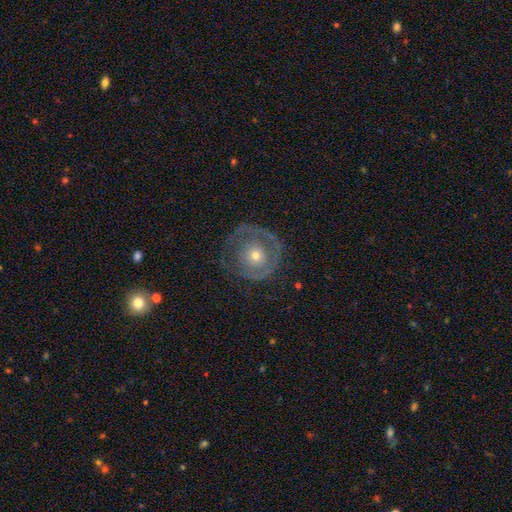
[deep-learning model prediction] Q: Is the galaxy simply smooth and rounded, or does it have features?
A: featured or disk — 65%.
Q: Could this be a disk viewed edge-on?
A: no — 97%.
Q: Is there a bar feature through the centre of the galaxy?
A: no — 88%.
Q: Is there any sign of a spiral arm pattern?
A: yes — 51%.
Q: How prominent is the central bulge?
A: small — 51%.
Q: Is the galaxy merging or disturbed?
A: none — 62%.